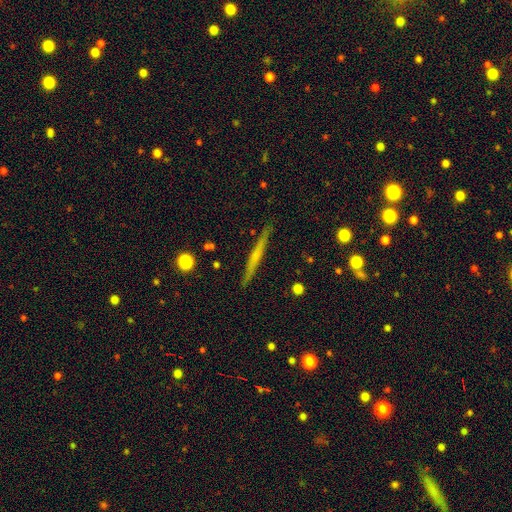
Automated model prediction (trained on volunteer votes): A featured or disk galaxy (54%) viewed edge-on (97%) with no central bulge (72%).

Vote fractions:
- Smooth or featured? featured or disk: 54% / smooth: 39% / star or artifact: 6%
- Edge-on disk? yes: 97% / no: 3%
- Edge-on bulge? none: 72% / rounded: 21% / boxy: 7%
- Merging? none: 90% / minor disturbance: 7% / major disturbance: 2% / merger: 1%